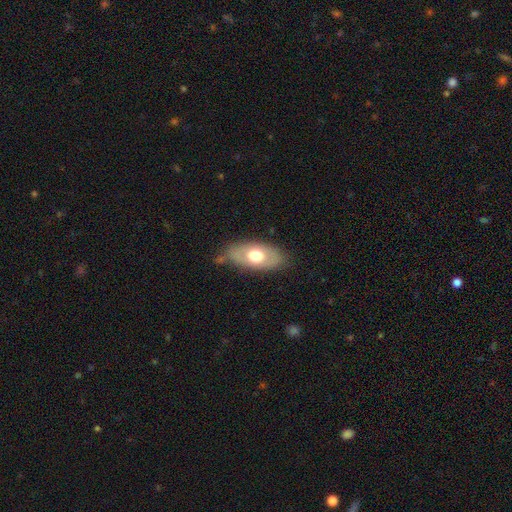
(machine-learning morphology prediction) smooth-or-featured: smooth: 59% | featured or disk: 35% | star or artifact: 6%
  how-rounded: in between: 88% | round: 6% | cigar-shaped: 6%
  merging: none: 68% | minor disturbance: 22% | major disturbance: 6% | merger: 3%